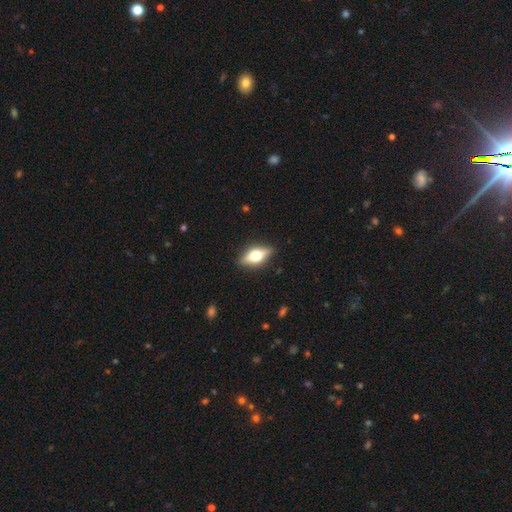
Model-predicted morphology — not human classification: Smooth or featured: featured or disk — 51% (smooth — 41%)
Edge-on disk: yes — 88% (no — 12%)
Merging: none — 87% (minor disturbance — 10%)